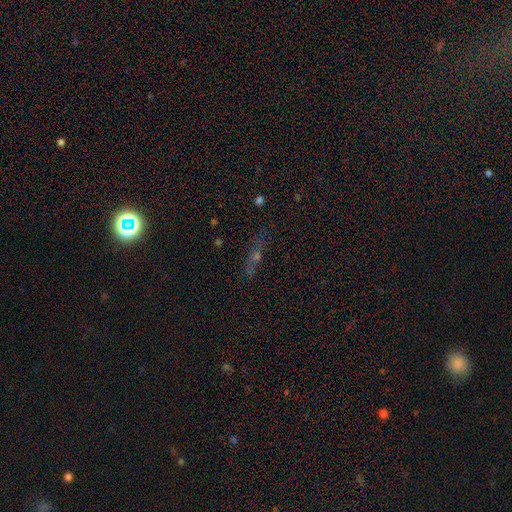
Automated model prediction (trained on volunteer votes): A featured or disk galaxy (36%).

Vote fractions:
- Smooth or featured? featured or disk: 36% / smooth: 33% / star or artifact: 31%
- Merging? none: 75% / minor disturbance: 14% / major disturbance: 6% / merger: 5%